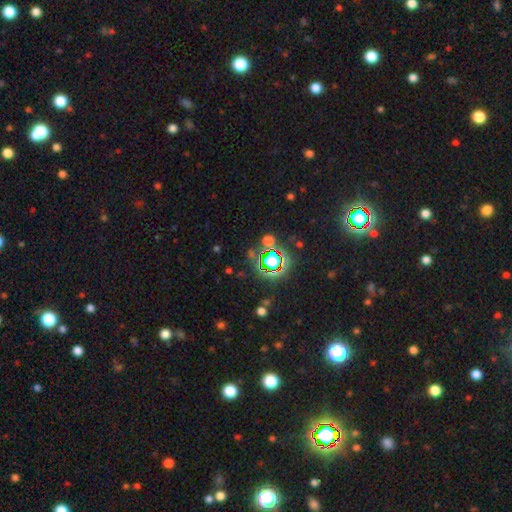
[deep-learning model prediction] Overall: star or artifact (74%).